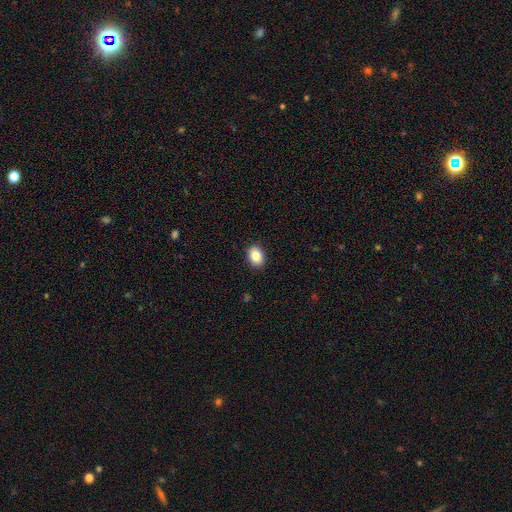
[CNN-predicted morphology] type=smooth (85%); roundness=in between (72%); merging=none (90%).